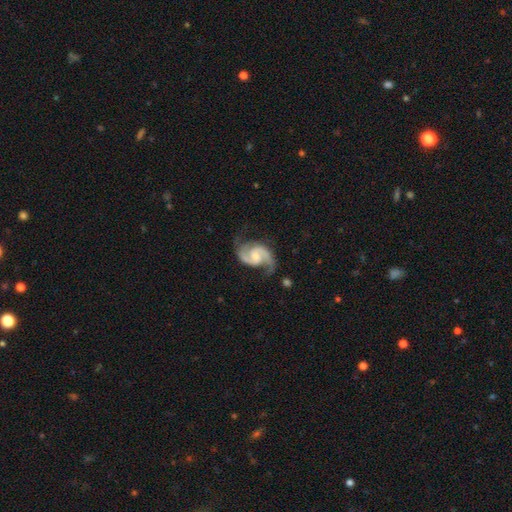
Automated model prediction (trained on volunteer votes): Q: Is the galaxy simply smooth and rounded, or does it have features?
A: featured or disk — 92%.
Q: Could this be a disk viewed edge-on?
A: no — 98%.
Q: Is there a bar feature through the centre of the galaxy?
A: no — 46%.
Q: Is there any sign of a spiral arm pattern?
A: yes — 98%.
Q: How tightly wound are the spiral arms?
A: medium — 59%.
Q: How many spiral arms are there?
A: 2 — 94%.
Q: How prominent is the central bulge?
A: small — 43%, tied with moderate.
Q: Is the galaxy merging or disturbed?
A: none — 73%.